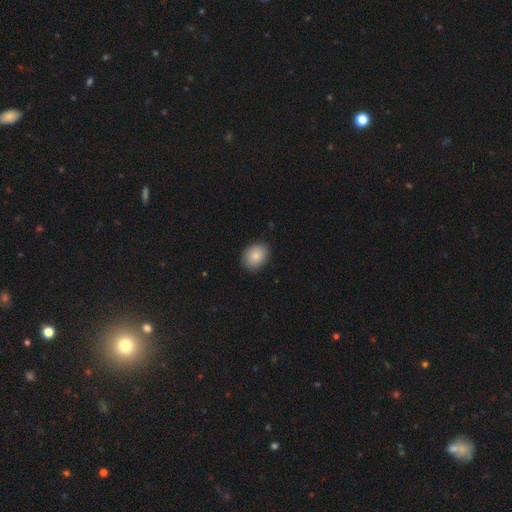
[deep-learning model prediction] A smooth galaxy with no disk features (86%) that is in between round and cigar-shaped (63%).

Vote fractions:
- Smooth or featured? smooth: 86% / star or artifact: 7% / featured or disk: 7%
- How rounded? in between: 63% / round: 37% / cigar-shaped: 1%
- Merging? none: 87% / minor disturbance: 10% / major disturbance: 2% / merger: 1%